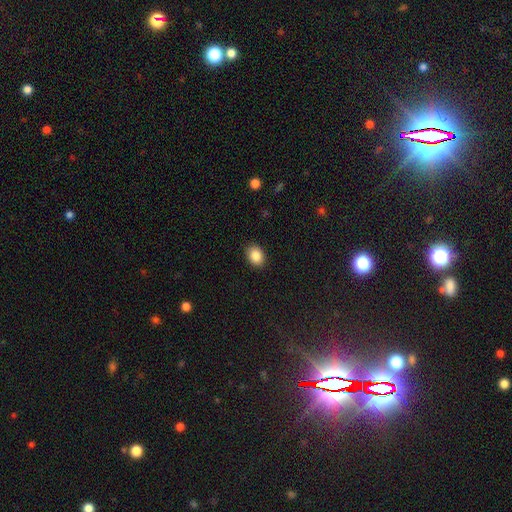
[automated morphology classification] Q: Smooth or featured?
A: smooth (87%); runner-up: star or artifact (8%)
Q: How rounded?
A: in between (68%); runner-up: round (31%)
Q: Merging?
A: none (89%); runner-up: minor disturbance (8%)